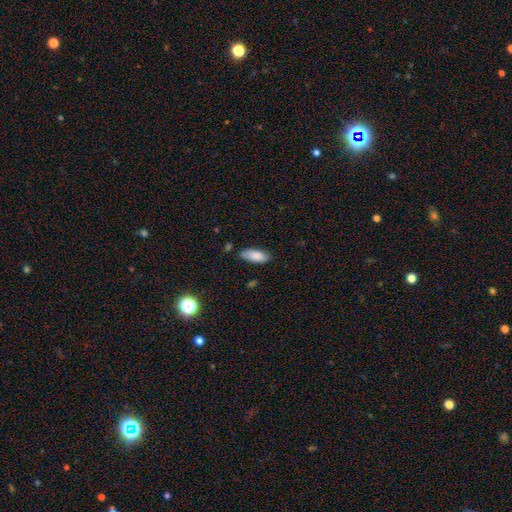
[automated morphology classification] A smooth galaxy with no disk features (85%) that is in between round and cigar-shaped (80%).

Vote fractions:
- Smooth or featured? smooth: 85% / featured or disk: 8% / star or artifact: 7%
- How rounded? in between: 80% / cigar-shaped: 18% / round: 2%
- Merging? none: 80% / minor disturbance: 15% / major disturbance: 3% / merger: 2%